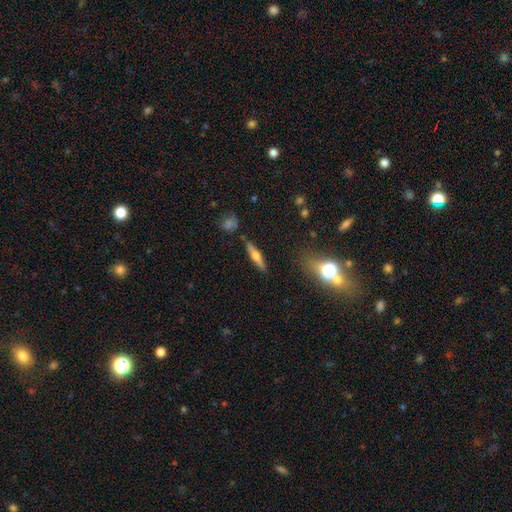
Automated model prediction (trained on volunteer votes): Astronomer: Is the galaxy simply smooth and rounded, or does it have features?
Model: featured or disk — 54% (runner-up: smooth, 38%).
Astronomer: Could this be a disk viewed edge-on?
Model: yes — 94%.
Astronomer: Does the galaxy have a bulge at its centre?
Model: rounded — 90%.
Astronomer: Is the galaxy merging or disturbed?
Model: none — 87%.